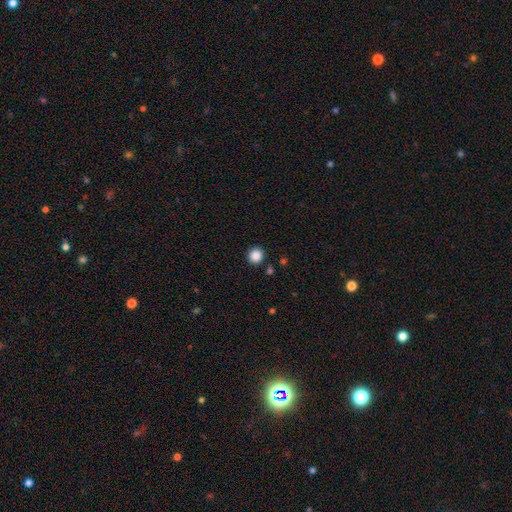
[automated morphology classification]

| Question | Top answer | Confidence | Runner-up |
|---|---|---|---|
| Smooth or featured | smooth | 87% | star or artifact (10%) |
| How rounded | round | 93% | in between (6%) |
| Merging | none | 91% | minor disturbance (5%) |